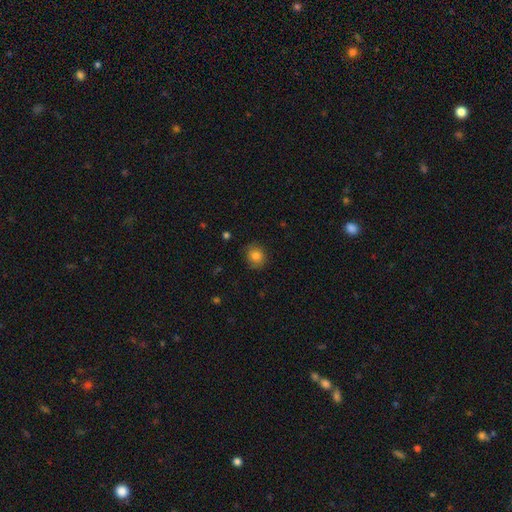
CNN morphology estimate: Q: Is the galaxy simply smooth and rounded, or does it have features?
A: smooth — 83%.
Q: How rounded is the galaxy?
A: round — 83%.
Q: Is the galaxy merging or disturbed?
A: none — 83%.